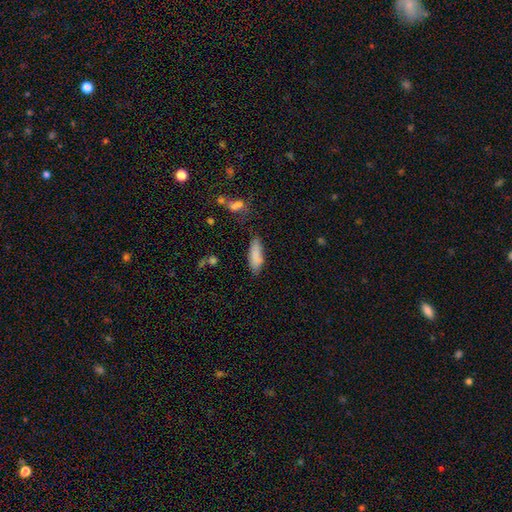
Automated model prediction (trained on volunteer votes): Smooth or featured? Predicted: smooth (p=0.85). How rounded? Predicted: in between (p=0.65). Merging? Predicted: none (p=0.69).